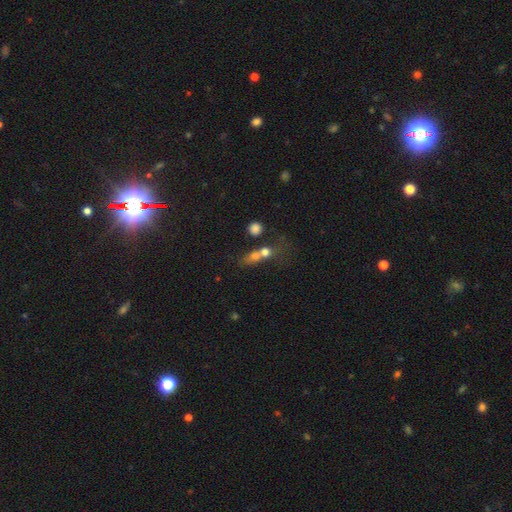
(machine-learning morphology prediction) This is likely a smooth galaxy (63%). How rounded: possibly round (50%). Merging: possibly merger (56%).